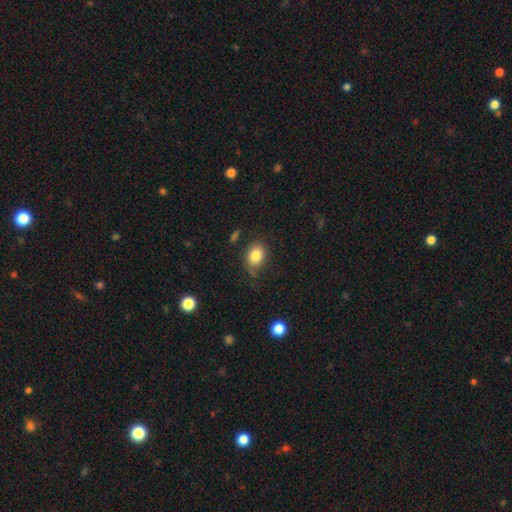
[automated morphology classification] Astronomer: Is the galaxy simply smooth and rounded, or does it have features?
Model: smooth — 82%.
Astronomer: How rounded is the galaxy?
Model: in between — 60% (runner-up: round, 39%).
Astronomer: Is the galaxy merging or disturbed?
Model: none — 67%.